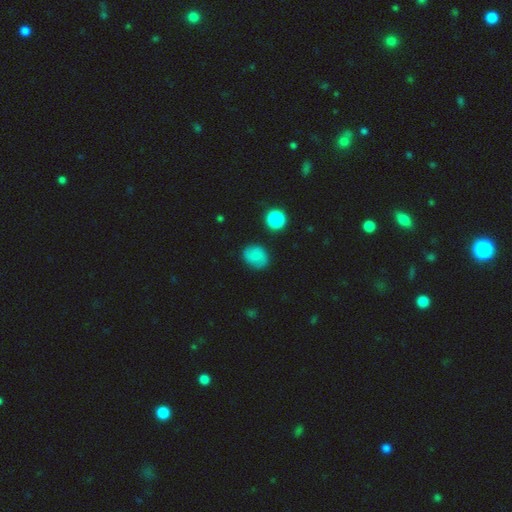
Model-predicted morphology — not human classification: This is likely a smooth galaxy (61%). How rounded: possibly round (57%). Merging: likely none (77%).